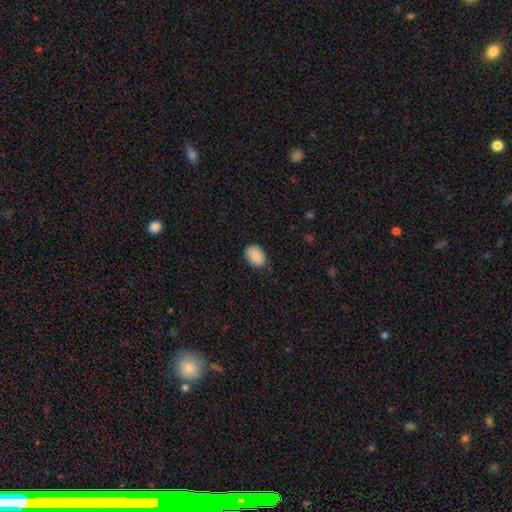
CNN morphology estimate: smooth-or-featured: smooth: 87% | star or artifact: 7% | featured or disk: 6%
  how-rounded: in between: 75% | round: 24% | cigar-shaped: 1%
  merging: none: 82% | minor disturbance: 15% | major disturbance: 3% | merger: 1%